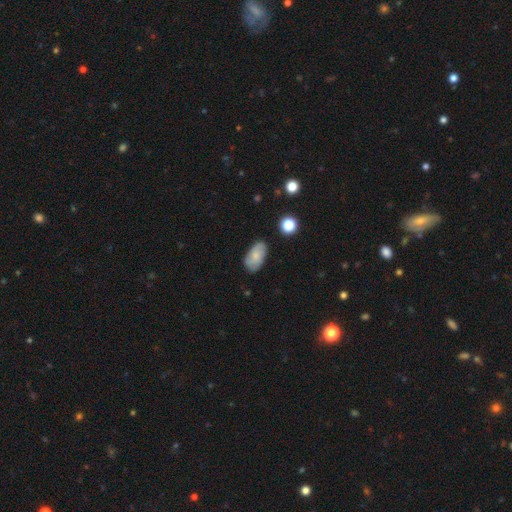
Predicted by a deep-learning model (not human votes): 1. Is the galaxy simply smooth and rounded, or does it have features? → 61% smooth, 31% featured or disk, 8% star or artifact.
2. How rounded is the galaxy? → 92% in between, 5% round, 3% cigar-shaped.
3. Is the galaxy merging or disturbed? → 74% none, 20% minor disturbance, 4% major disturbance, 2% merger.